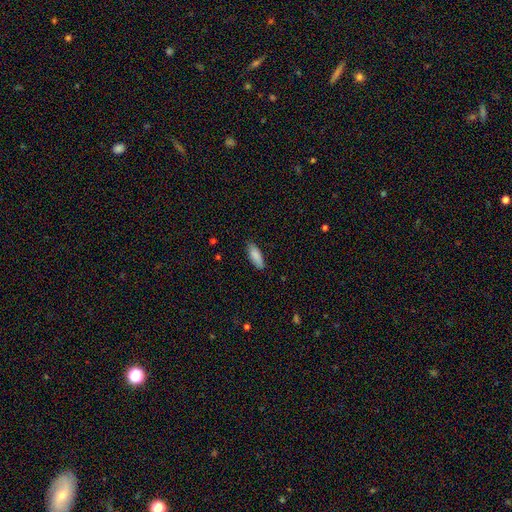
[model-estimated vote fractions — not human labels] Smooth or featured: smooth — 87% (featured or disk — 7%)
How rounded: in between — 65% (cigar-shaped — 34%)
Merging: none — 84% (minor disturbance — 12%)